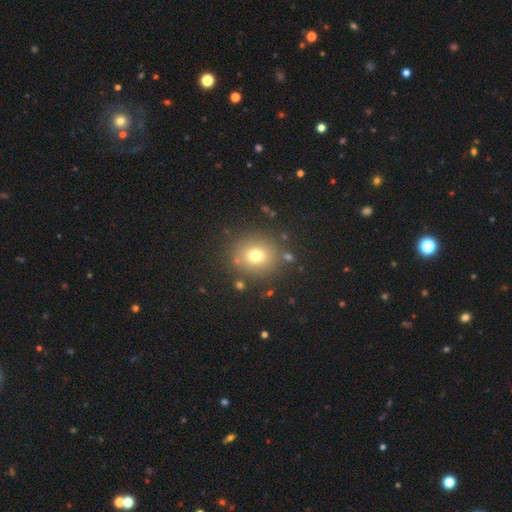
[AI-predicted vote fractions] Smooth or featured? smooth (72%)
How rounded? round (84%)
Merging? none (83%)